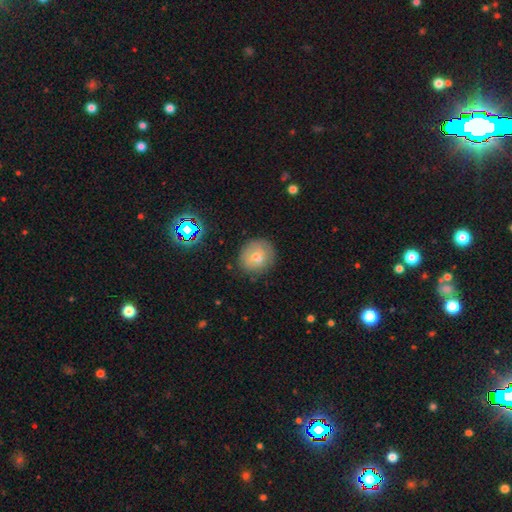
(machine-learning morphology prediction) Smooth or featured? Predicted: smooth (p=0.54). How rounded? Predicted: round (p=0.82). Merging? Predicted: none (p=0.79).